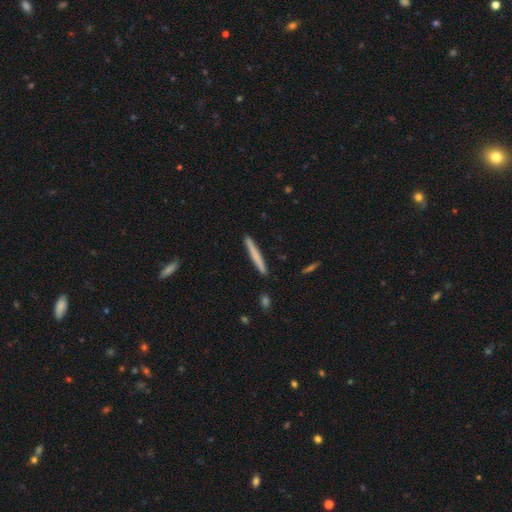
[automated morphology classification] Smooth or featured? smooth (68%)
How rounded? cigar-shaped (97%)
Merging? none (90%)